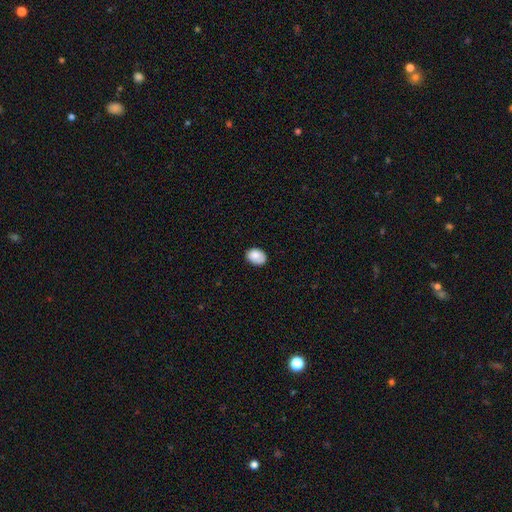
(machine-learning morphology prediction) smooth_or_featured: smooth (p=0.85) [alt: star or artifact p=0.07]
how_rounded: in between (p=0.77) [alt: round p=0.22]
merging: none (p=0.80) [alt: minor disturbance p=0.16]